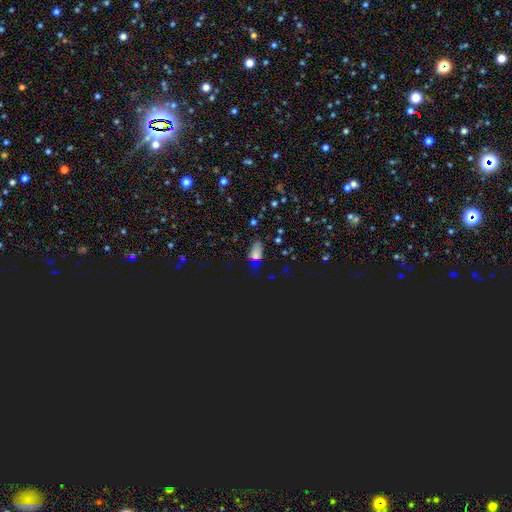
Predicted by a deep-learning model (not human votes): Smooth or featured: smooth — 59% (star or artifact — 31%)
How rounded: in between — 82% (round — 11%)
Merging: none — 47% (minor disturbance — 31%)